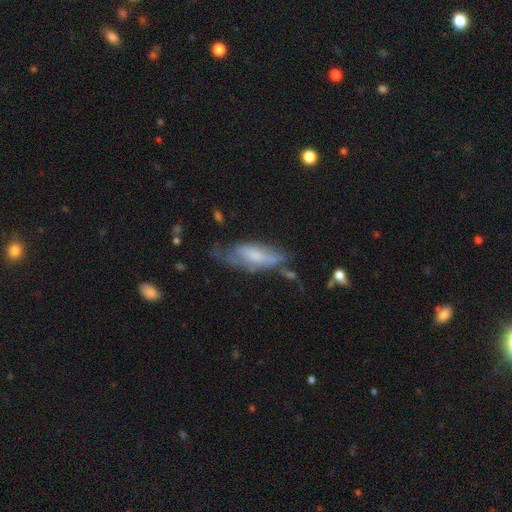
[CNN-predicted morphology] Smooth or featured? Predicted: smooth (p=0.48). Merging? Predicted: none (p=0.36).